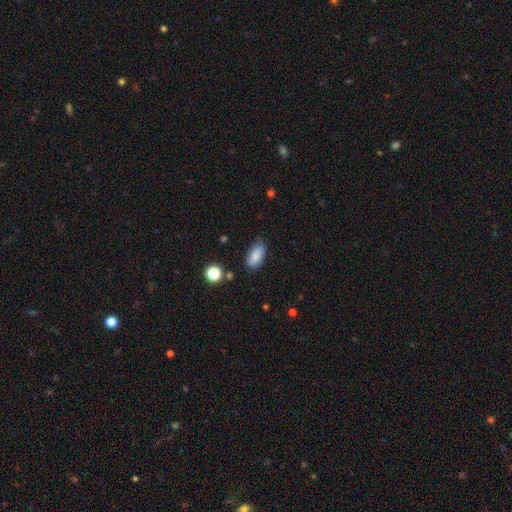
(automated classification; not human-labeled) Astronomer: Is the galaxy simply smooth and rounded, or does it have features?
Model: smooth — 85%.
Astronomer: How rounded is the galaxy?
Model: in between — 90%.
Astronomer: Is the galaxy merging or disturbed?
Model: none — 80%.